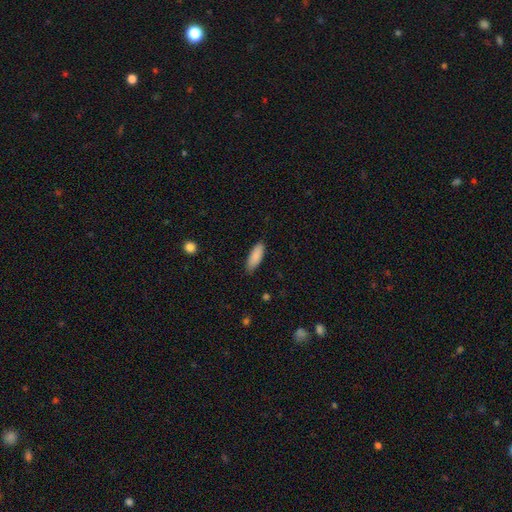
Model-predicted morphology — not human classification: Overall: smooth (89%). How rounded: in between (67%; cigar-shaped 31%). Merging: none (84%).